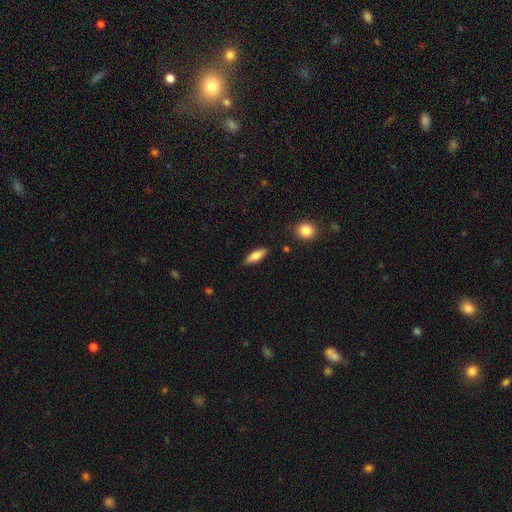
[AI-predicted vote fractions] The model was most divided on "how rounded": in between: 55%, cigar-shaped: 43%, round: 3%. More confident: merging — none (85%); smooth or featured — smooth (69%).